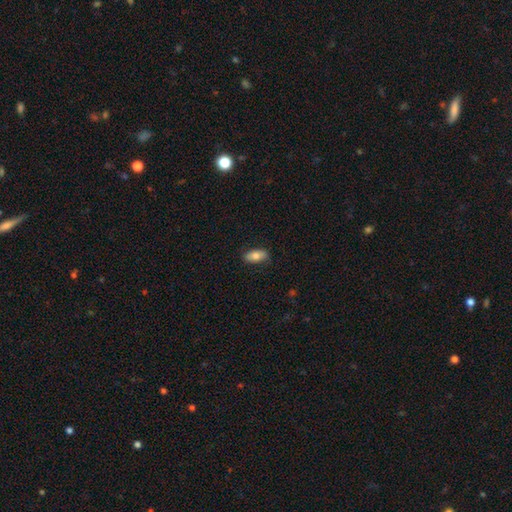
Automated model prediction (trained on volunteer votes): A smooth galaxy with no disk features (78%) that is in between round and cigar-shaped (89%).

Vote fractions:
- Smooth or featured? smooth: 78% / featured or disk: 15% / star or artifact: 7%
- How rounded? in between: 89% / cigar-shaped: 8% / round: 3%
- Merging? none: 84% / minor disturbance: 13% / major disturbance: 2% / merger: 1%